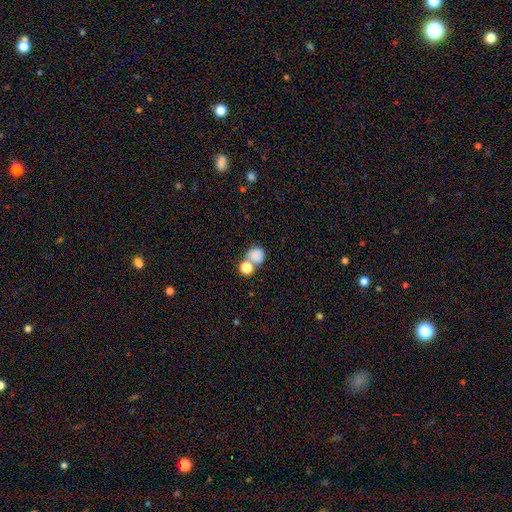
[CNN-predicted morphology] smooth 80%, star or artifact 11%, featured or disk 10%. Down the decision tree: how rounded — round (79%); merging — merger (43%).